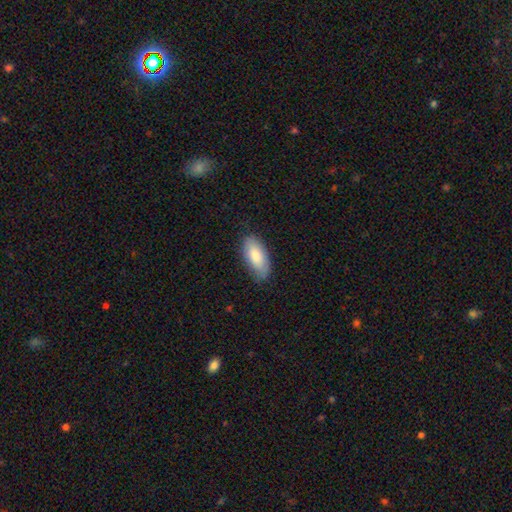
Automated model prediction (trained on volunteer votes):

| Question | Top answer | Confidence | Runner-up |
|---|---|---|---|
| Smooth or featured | smooth | 82% | featured or disk (13%) |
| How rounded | in between | 88% | cigar-shaped (10%) |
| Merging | none | 79% | minor disturbance (16%) |